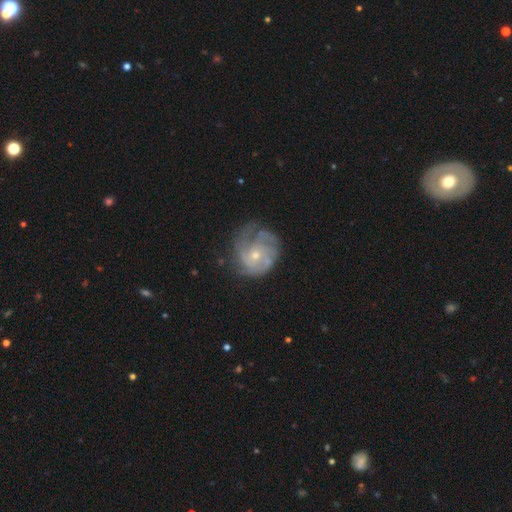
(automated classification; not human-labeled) A featured or disk galaxy (76%) with no bar (79%), tight (50%) spiral arms (87%) and a small central bulge (65%).

Vote fractions:
- Smooth or featured? featured or disk: 76% / smooth: 17% / star or artifact: 7%
- Edge-on disk? no: 98% / yes: 2%
- Bar? no: 79% / weak: 19% / strong: 3%
- Spiral arms? yes: 87% / no: 13%
- Spiral winding? tight: 50% / medium: 36% / loose: 14%
- Spiral arm count? can't tell: 34% / 3: 26% / 2: 16% / 4: 12% / 1: 6% / more than 4: 5%
- Bulge size? small: 65% / moderate: 31% / none: 2% / large: 1% / dominant: 1%
- Merging? none: 52% / minor disturbance: 25% / major disturbance: 20% / merger: 3%